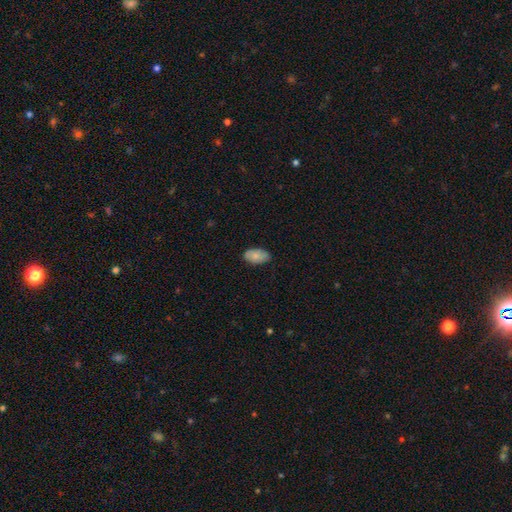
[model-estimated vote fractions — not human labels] smooth-or-featured: smooth: 81% | featured or disk: 13% | star or artifact: 6%
  how-rounded: in between: 94% | round: 4% | cigar-shaped: 2%
  merging: none: 79% | minor disturbance: 17% | major disturbance: 3% | merger: 1%